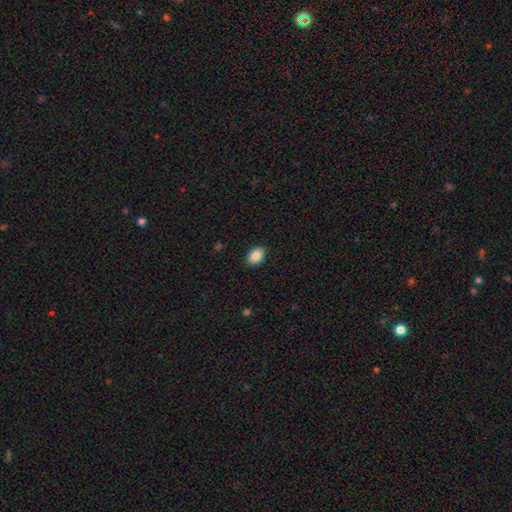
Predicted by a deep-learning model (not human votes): This appears to be a smooth galaxy with no disk features (88%) that is in between round and cigar-shaped (86%). Merging: none (89%).